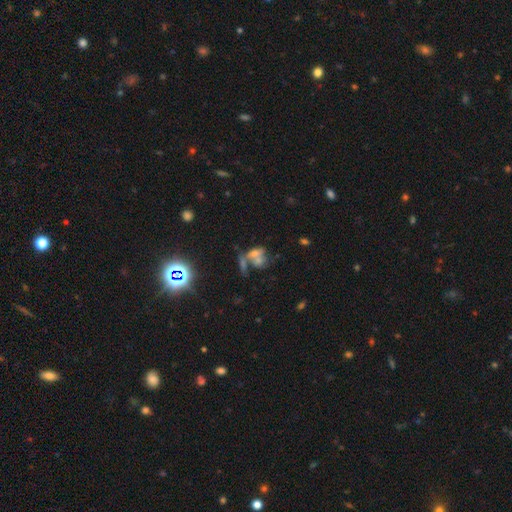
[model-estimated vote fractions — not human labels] Smooth or featured?
  - smooth: 43% *
  - featured or disk: 34%
  - star or artifact: 23%
Merging?
  - merger: 53% *
  - none: 20%
  - major disturbance: 17%
  - minor disturbance: 10%